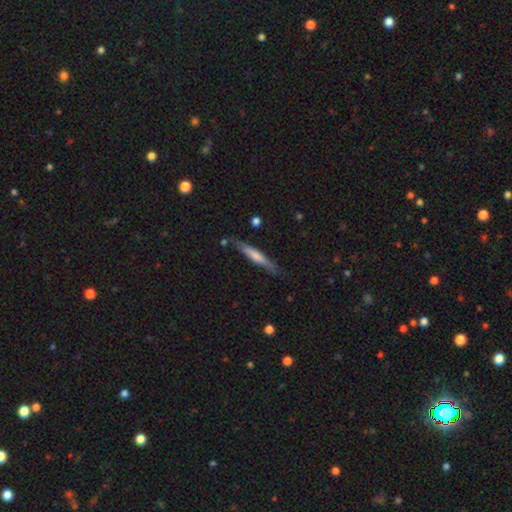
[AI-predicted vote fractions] smooth 51%, featured or disk 43%, star or artifact 6%. Down the decision tree: how rounded — cigar-shaped (91%); merging — none (77%).